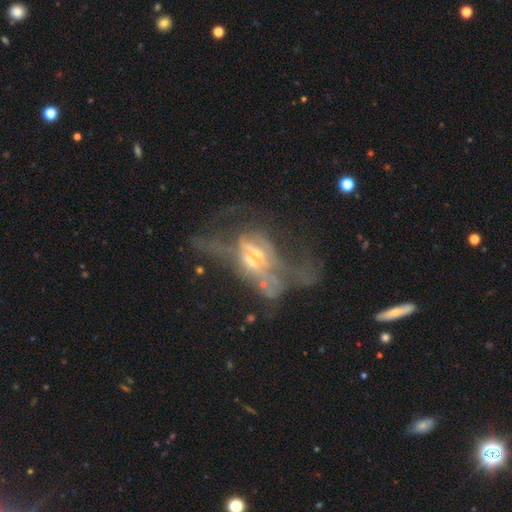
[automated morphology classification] This appears to be a featured or disk galaxy (67%) with no bar (73%), no spiral arms (78%) and a moderate central bulge (42%). Merging: major disturbance (50%).